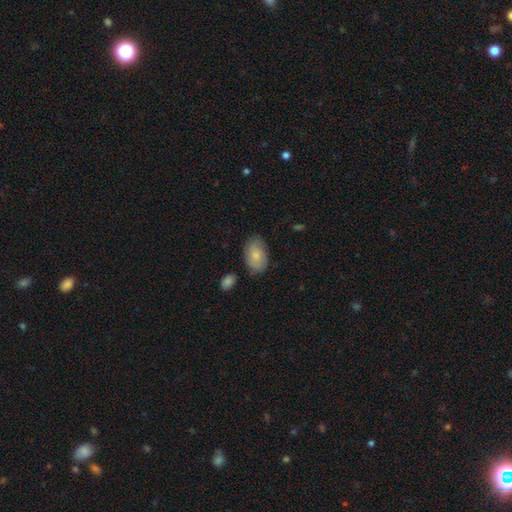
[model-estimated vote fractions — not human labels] Smooth or featured? smooth (81%)
How rounded? in between (91%)
Merging? none (76%)